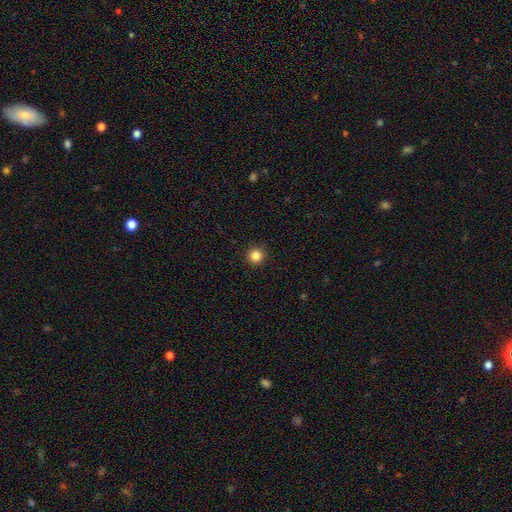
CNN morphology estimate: A smooth galaxy with no disk features (85%) that is round (96%). Merging: none (92%).